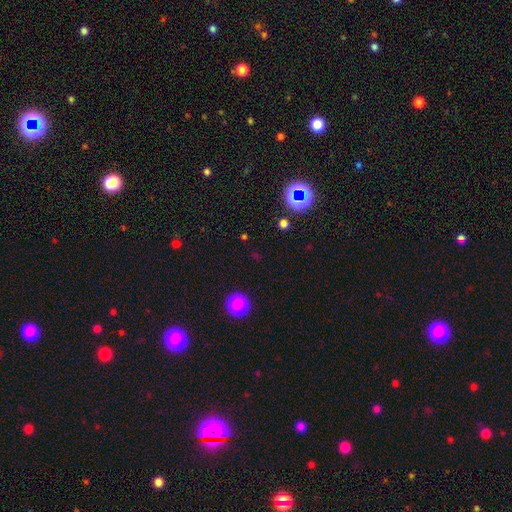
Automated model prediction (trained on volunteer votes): Smooth or featured: smooth — 46% (tied with star or artifact — 46%)
Merging: none — 84% (minor disturbance — 8%)